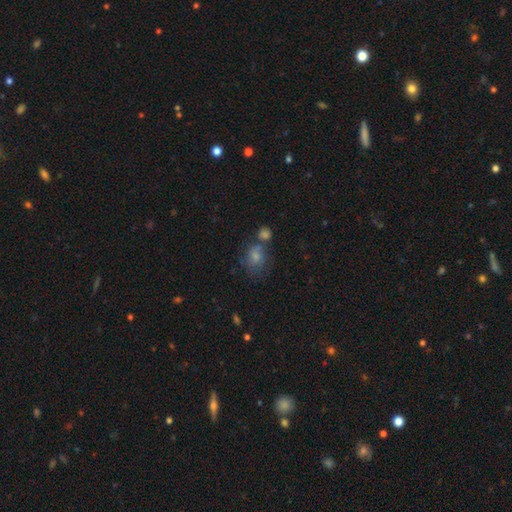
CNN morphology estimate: This is possibly a smooth galaxy (57%). How rounded: likely round (66%). Merging: possibly none (52%).